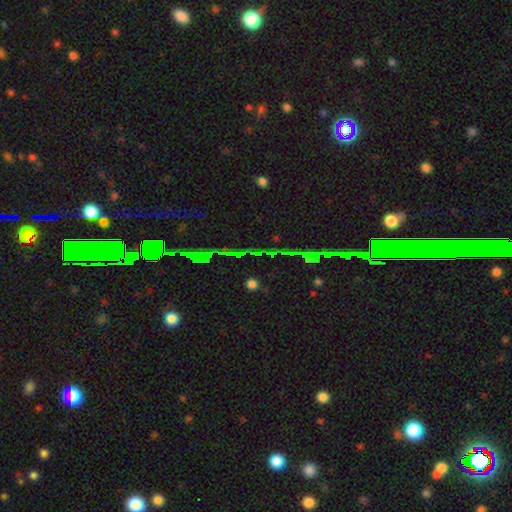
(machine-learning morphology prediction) This appears to be a star or artifact, not a galaxy (65%).